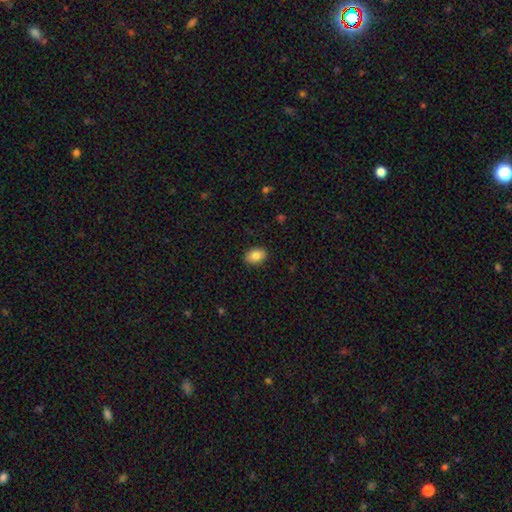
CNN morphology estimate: Smooth or featured? smooth (86%)
How rounded? in between (82%)
Merging? none (89%)